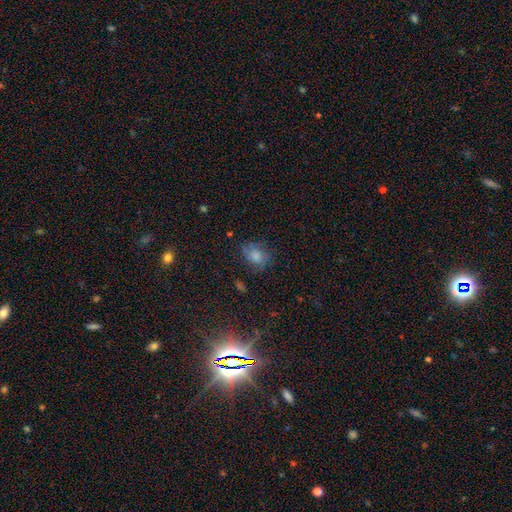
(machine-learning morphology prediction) smooth 71%, featured or disk 15%, star or artifact 13%. Down the decision tree: how rounded — in between (55%); merging — none (63%).